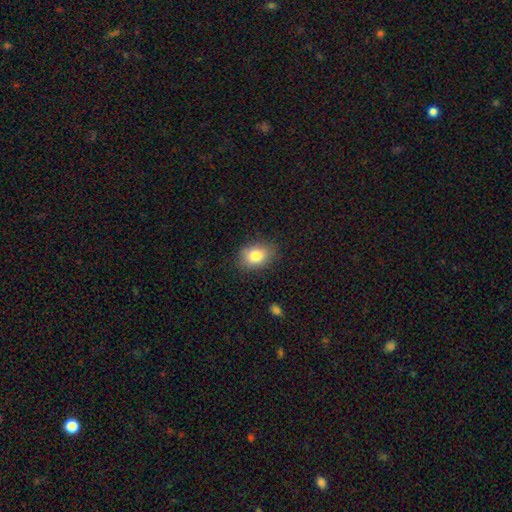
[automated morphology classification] Q: Smooth or featured?
A: smooth (81%); runner-up: featured or disk (10%)
Q: How rounded?
A: in between (65%); runner-up: round (34%)
Q: Merging?
A: none (82%); runner-up: minor disturbance (14%)